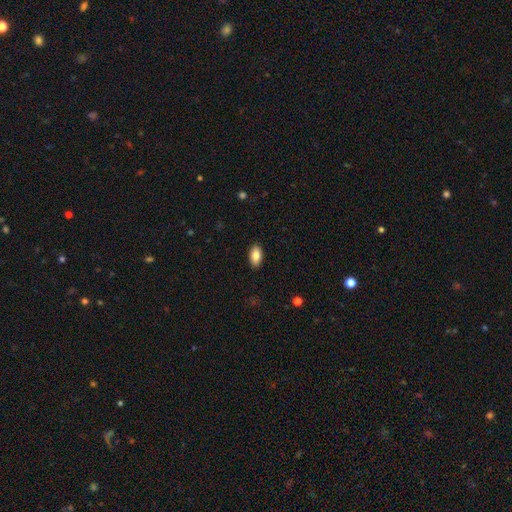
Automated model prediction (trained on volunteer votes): Smooth or featured? smooth (85%)
How rounded? in between (93%)
Merging? none (89%)